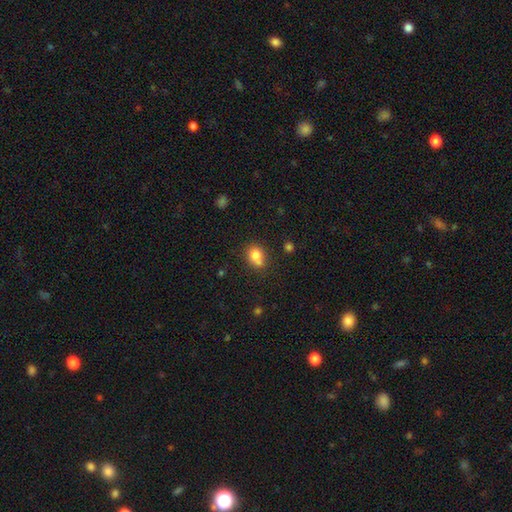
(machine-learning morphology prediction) smooth_or_featured: smooth (p=0.78) [alt: star or artifact p=0.11]
how_rounded: round (p=0.62) [alt: in between p=0.37]
merging: none (p=0.47) [alt: merger p=0.31]